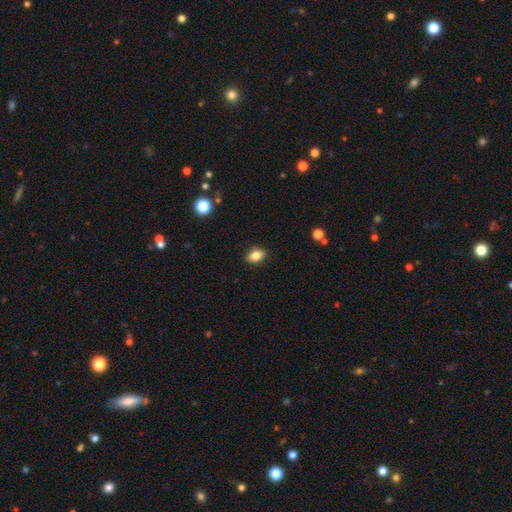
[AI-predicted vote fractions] This is clearly a smooth galaxy (83%). How rounded: likely in between (79%). Merging: clearly none (88%).